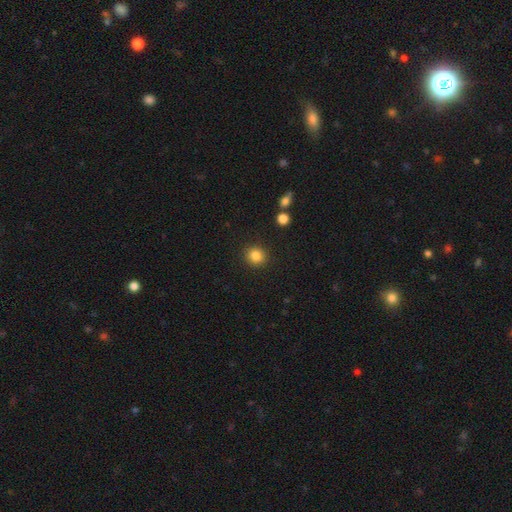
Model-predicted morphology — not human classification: Smooth or featured? Predicted: smooth (p=0.84). How rounded? Predicted: round (p=0.89). Merging? Predicted: none (p=0.91).